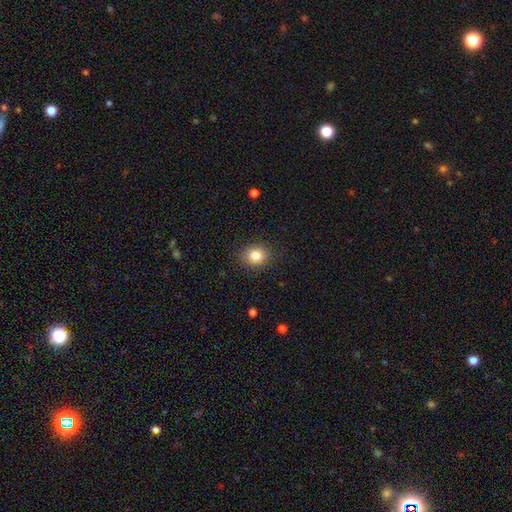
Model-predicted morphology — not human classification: smooth-or-featured: smooth: 82% | star or artifact: 11% | featured or disk: 7%
  how-rounded: round: 66% | in between: 33% | cigar-shaped: 1%
  merging: none: 85% | minor disturbance: 11% | major disturbance: 3% | merger: 1%